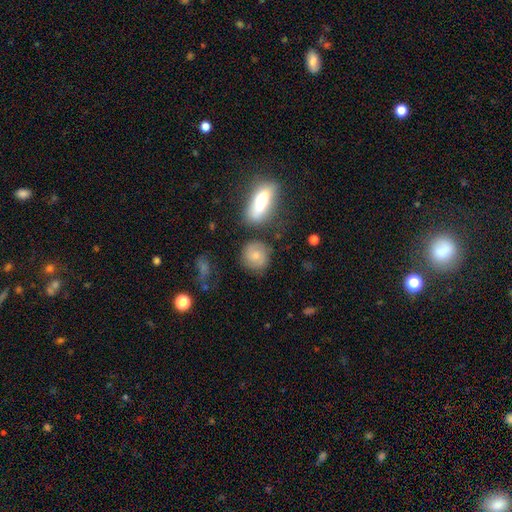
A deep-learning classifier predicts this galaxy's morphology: Smooth or featured? Predicted: smooth (p=0.60). How rounded? Predicted: round (p=0.82). Merging? Predicted: none (p=0.74).